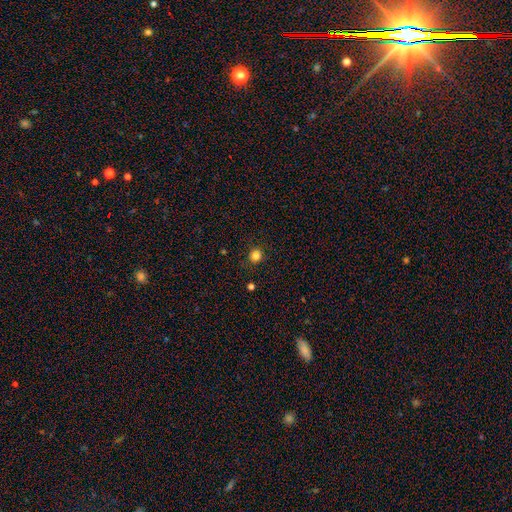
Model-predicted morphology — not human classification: The model was most divided on "smooth or featured": smooth: 83%, star or artifact: 13%, featured or disk: 4%. More confident: merging — none (89%); how rounded — round (88%).